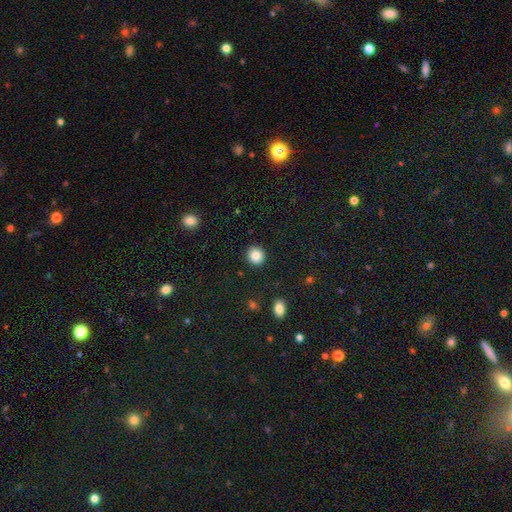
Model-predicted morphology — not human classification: A smooth galaxy with no disk features (85%) that is round (86%). Merging: none (91%).